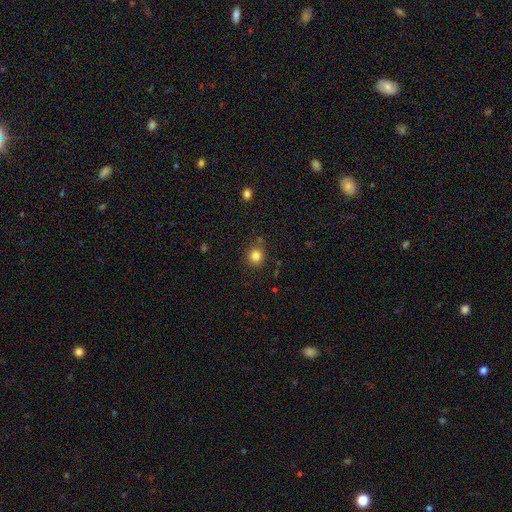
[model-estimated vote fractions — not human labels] Smooth or featured?
  - smooth: 83% *
  - star or artifact: 12%
  - featured or disk: 6%
How rounded?
  - round: 85% *
  - in between: 14%
  - cigar-shaped: 1%
Merging?
  - none: 83% *
  - minor disturbance: 10%
  - merger: 4%
  - major disturbance: 3%